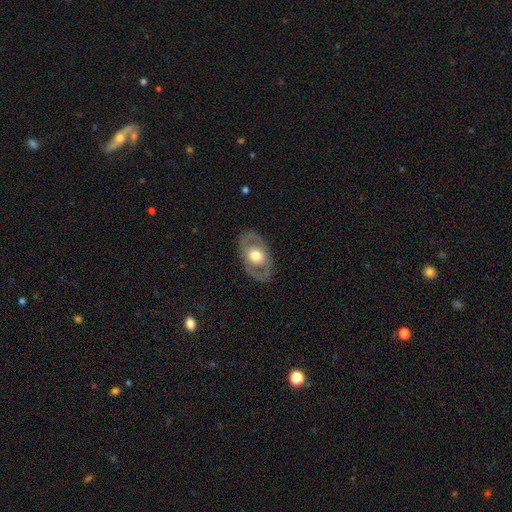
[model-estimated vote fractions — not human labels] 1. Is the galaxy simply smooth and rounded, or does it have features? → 58% featured or disk, 37% smooth, 5% star or artifact.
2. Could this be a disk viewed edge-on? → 90% no, 10% yes.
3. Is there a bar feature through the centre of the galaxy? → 78% no, 16% weak, 5% strong.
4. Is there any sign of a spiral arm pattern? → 73% no, 27% yes.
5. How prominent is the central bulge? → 61% moderate, 31% large, 6% small, 2% dominant, 1% none.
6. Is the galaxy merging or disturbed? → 83% none, 11% minor disturbance, 5% major disturbance, 1% merger.